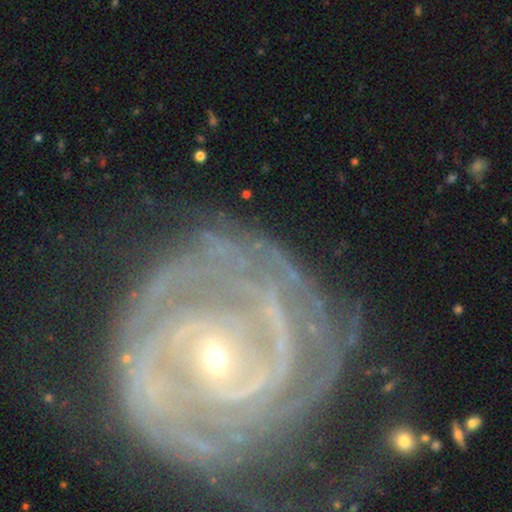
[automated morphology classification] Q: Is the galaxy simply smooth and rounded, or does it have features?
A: featured or disk — 88%.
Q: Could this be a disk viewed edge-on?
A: no — 97%.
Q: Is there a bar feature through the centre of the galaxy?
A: weak — 35%.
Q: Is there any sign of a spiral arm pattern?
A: yes — 96%.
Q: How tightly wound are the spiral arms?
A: tight — 72%.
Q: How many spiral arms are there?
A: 2 — 28%.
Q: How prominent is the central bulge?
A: small — 79%.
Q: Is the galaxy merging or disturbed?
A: none — 73%.